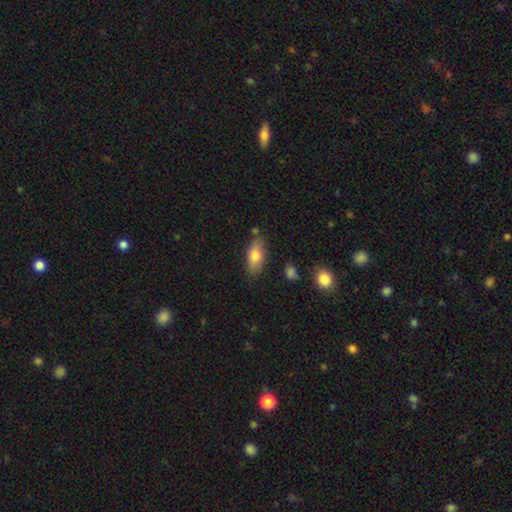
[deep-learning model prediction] Smooth or featured: smooth — 75% (featured or disk — 18%)
How rounded: in between — 81% (cigar-shaped — 16%)
Merging: none — 78% (minor disturbance — 15%)